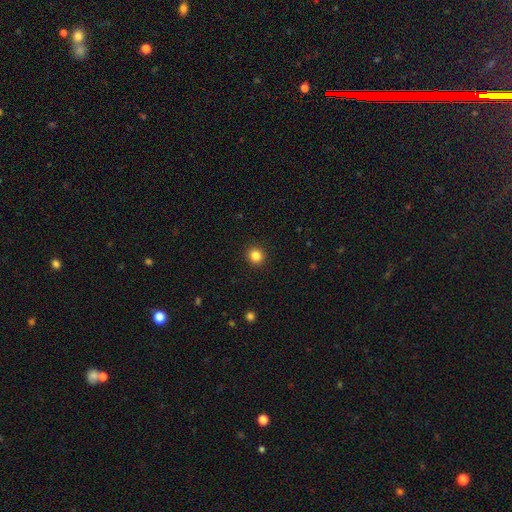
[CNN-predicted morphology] smooth 84%, star or artifact 12%, featured or disk 4%. Down the decision tree: how rounded — round (91%); merging — none (93%).